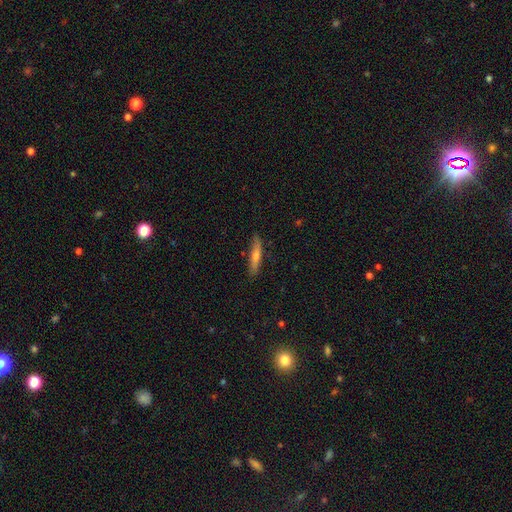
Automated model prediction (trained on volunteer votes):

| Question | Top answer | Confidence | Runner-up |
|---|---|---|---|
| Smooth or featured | smooth | 56% | featured or disk (37%) |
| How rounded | cigar-shaped | 90% | in between (9%) |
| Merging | none | 86% | minor disturbance (11%) |